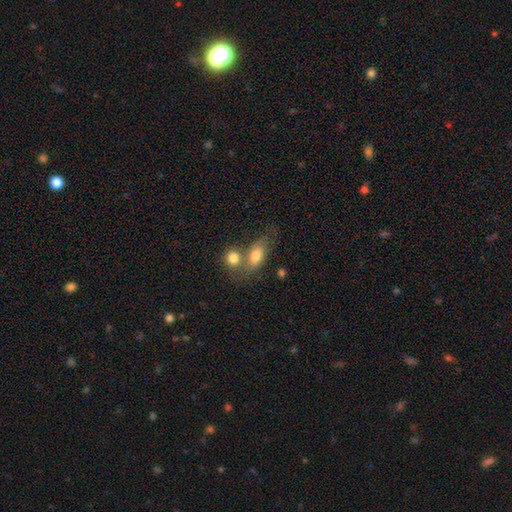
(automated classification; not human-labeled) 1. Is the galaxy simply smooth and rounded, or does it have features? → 74% smooth, 16% featured or disk, 9% star or artifact.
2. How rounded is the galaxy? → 76% in between, 16% round, 9% cigar-shaped.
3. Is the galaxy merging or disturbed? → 44% merger, 37% none, 12% minor disturbance, 6% major disturbance.